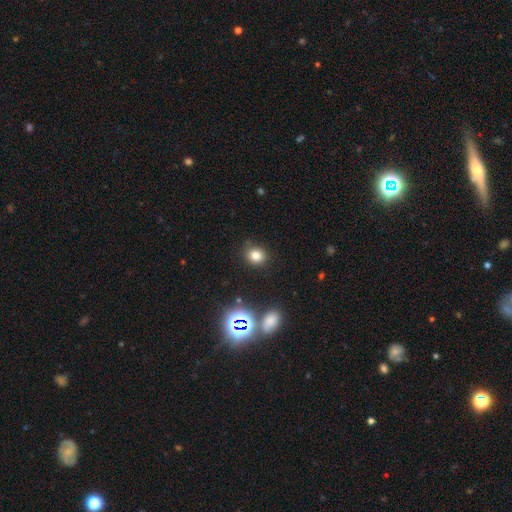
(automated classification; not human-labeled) Overall: smooth (77%). How rounded: round (67%; in between 32%). Merging: none (84%).